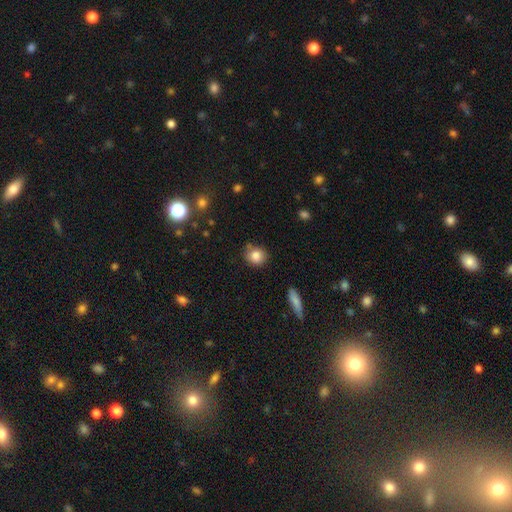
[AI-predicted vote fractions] smooth-or-featured: smooth: 83% | star or artifact: 9% | featured or disk: 8%
  how-rounded: round: 79% | in between: 19% | cigar-shaped: 1%
  merging: none: 77% | minor disturbance: 15% | merger: 5% | major disturbance: 3%